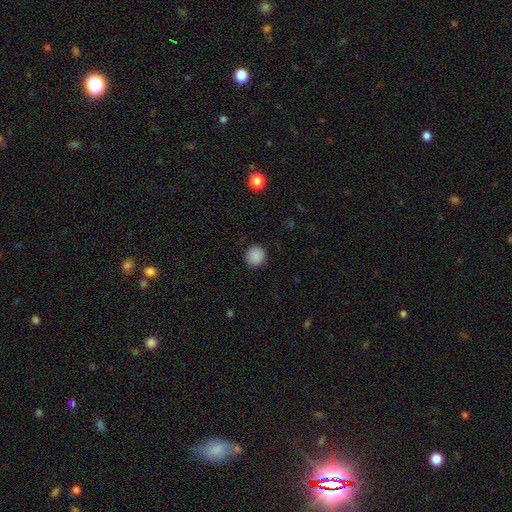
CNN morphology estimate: This appears to be a smooth galaxy with no disk features (88%) that is round (94%). Merging: none (91%).